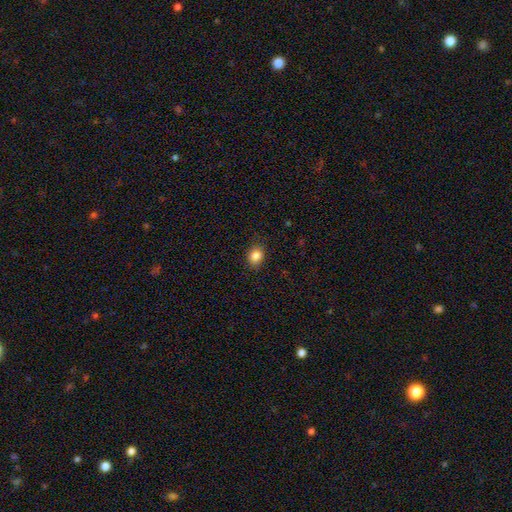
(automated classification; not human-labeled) Smooth or featured: smooth — 85% (star or artifact — 10%)
How rounded: round — 53% (in between — 46%)
Merging: none — 86% (minor disturbance — 11%)